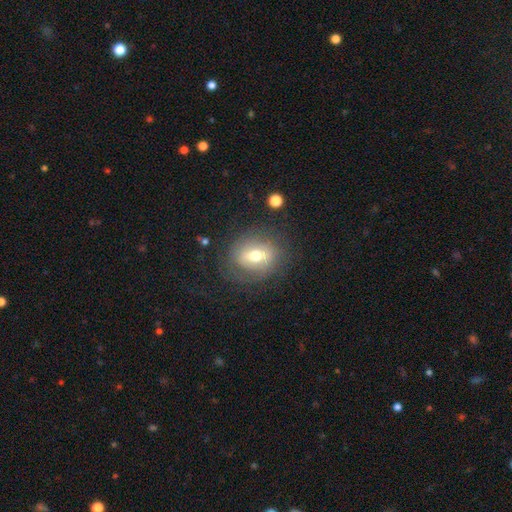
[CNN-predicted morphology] A featured or disk galaxy (46%).

Vote fractions:
- Smooth or featured? featured or disk: 46% / smooth: 44% / star or artifact: 9%
- Merging? none: 73% / minor disturbance: 16% / major disturbance: 10% / merger: 2%